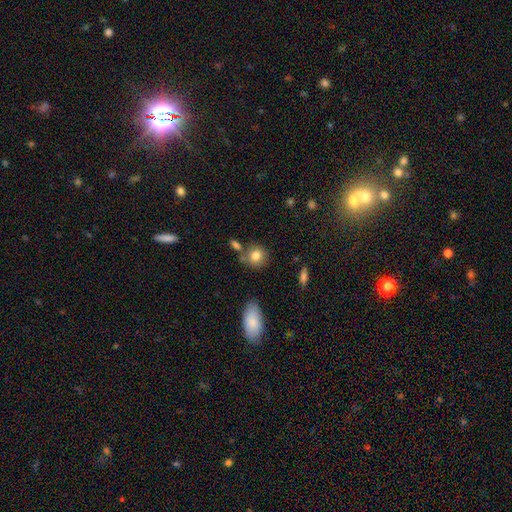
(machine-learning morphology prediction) This is clearly a smooth galaxy (81%). How rounded: clearly round (83%). Merging: likely none (72%).